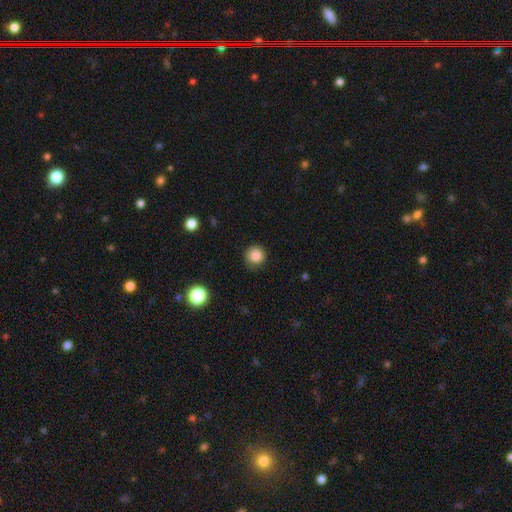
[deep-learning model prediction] Smooth or featured? smooth (85%)
How rounded? round (93%)
Merging? none (84%)